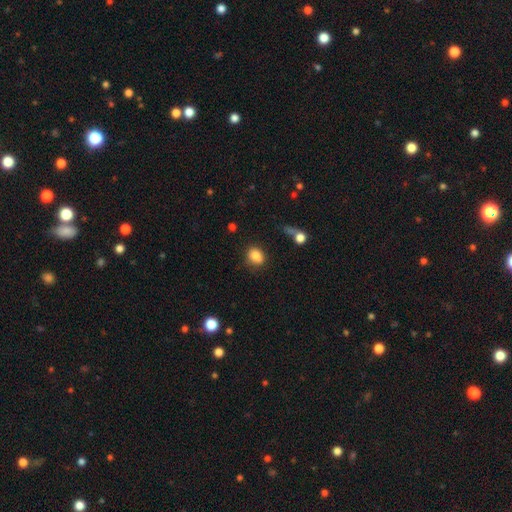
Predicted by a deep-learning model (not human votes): Smooth or featured?
  - smooth: 84% *
  - star or artifact: 9%
  - featured or disk: 7%
How rounded?
  - round: 51% *
  - in between: 48%
  - cigar-shaped: 1%
Merging?
  - none: 74% *
  - minor disturbance: 16%
  - major disturbance: 6%
  - merger: 5%